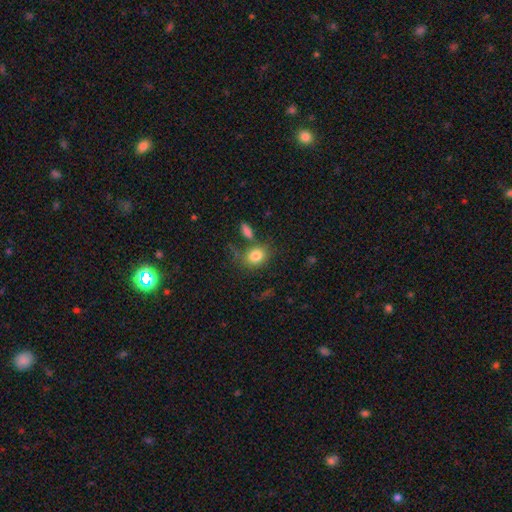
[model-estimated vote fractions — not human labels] The model was most divided on "how rounded": in between: 54%, round: 44%, cigar-shaped: 1%. More confident: smooth or featured — smooth (82%); merging — none (65%).